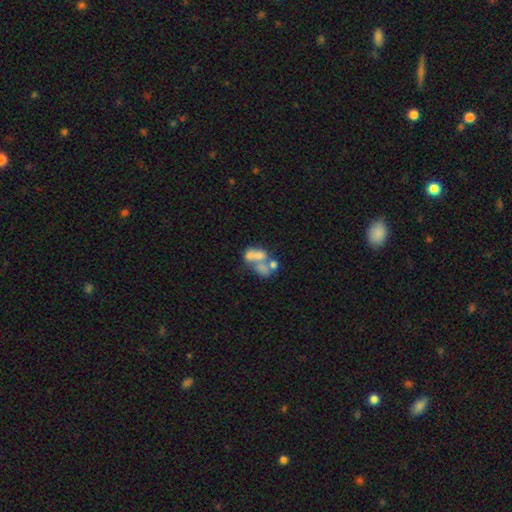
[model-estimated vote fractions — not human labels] smooth_or_featured: smooth (p=0.45) [alt: featured or disk p=0.42]
merging: merger (p=0.63) [alt: none p=0.16]